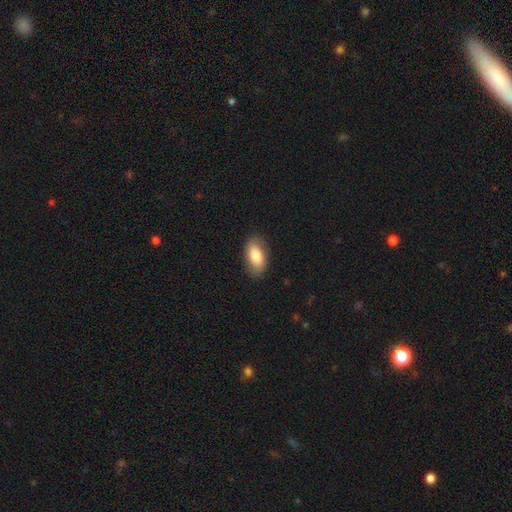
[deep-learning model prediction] A smooth galaxy with no disk features (78%) that is in between round and cigar-shaped (90%).

Vote fractions:
- Smooth or featured? smooth: 78% / featured or disk: 15% / star or artifact: 6%
- How rounded? in between: 90% / cigar-shaped: 5% / round: 4%
- Merging? none: 83% / minor disturbance: 13% / major disturbance: 3% / merger: 1%